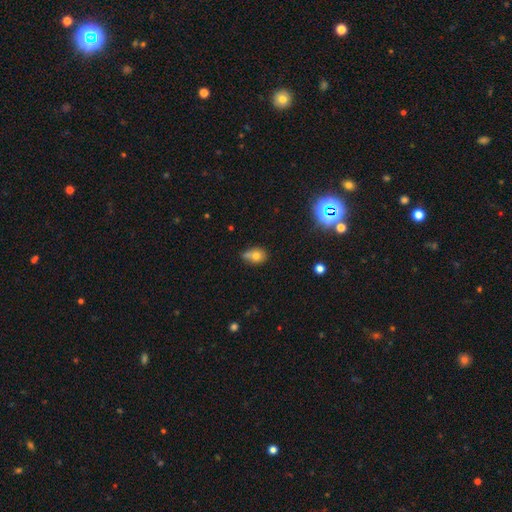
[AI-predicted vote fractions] Overall: smooth (73%). How rounded: in between (57%; round 41%). Merging: none (42%; minor disturbance 28%).